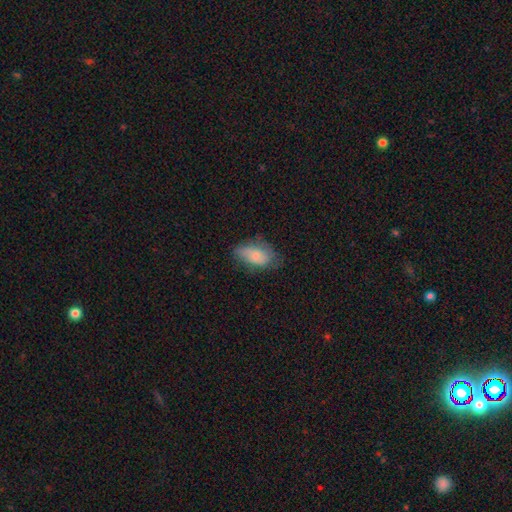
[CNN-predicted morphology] Smooth or featured? Predicted: smooth (p=0.72). How rounded? Predicted: in between (p=0.91). Merging? Predicted: none (p=0.55).